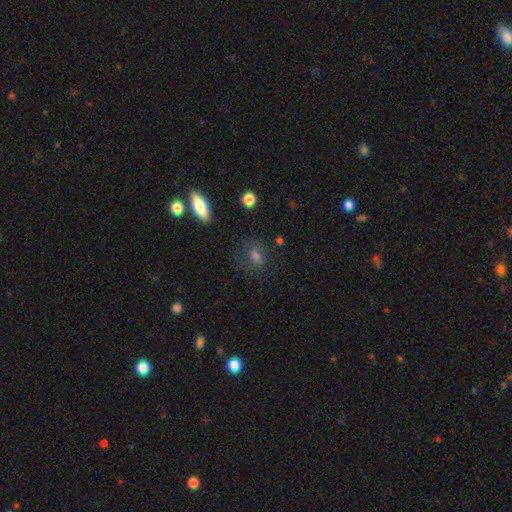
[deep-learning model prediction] The model was most divided on "how rounded": in between: 48%, round: 47%, cigar-shaped: 4%. More confident: merging — none (75%); smooth or featured — smooth (67%).